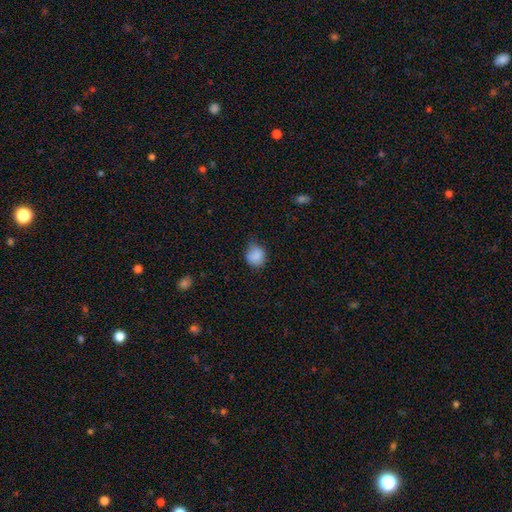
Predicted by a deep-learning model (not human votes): Overall: smooth (86%). How rounded: round (74%). Merging: none (66%; minor disturbance 27%).